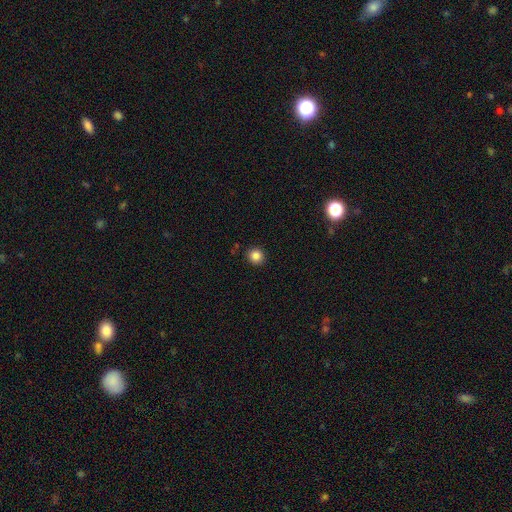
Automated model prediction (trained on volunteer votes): smooth 85%, star or artifact 11%, featured or disk 4%. Down the decision tree: how rounded — round (92%); merging — none (91%).